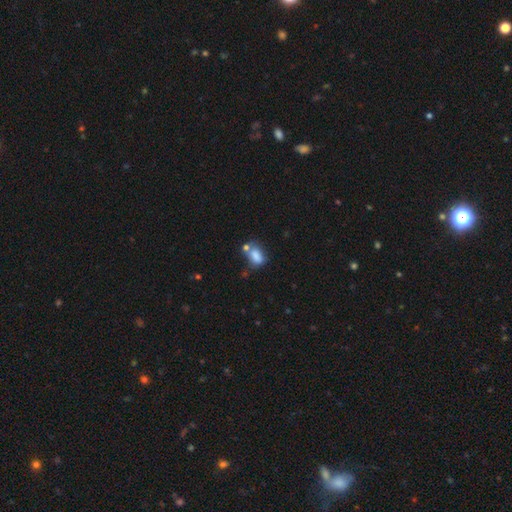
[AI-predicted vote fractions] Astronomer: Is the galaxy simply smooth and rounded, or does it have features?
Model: smooth — 77%.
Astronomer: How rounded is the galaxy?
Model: in between — 81%.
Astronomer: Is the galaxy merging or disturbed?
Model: none — 36% (runner-up: merger, 32%).